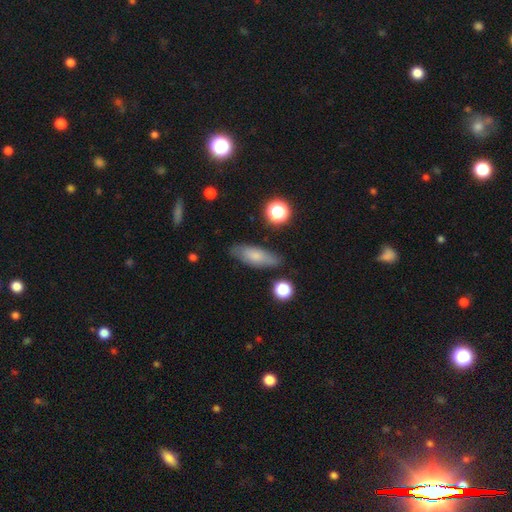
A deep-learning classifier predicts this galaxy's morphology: smooth_or_featured: smooth (p=0.70) [alt: featured or disk p=0.22]
how_rounded: in between (p=0.65) [alt: cigar-shaped p=0.32]
merging: none (p=0.77) [alt: minor disturbance p=0.16]